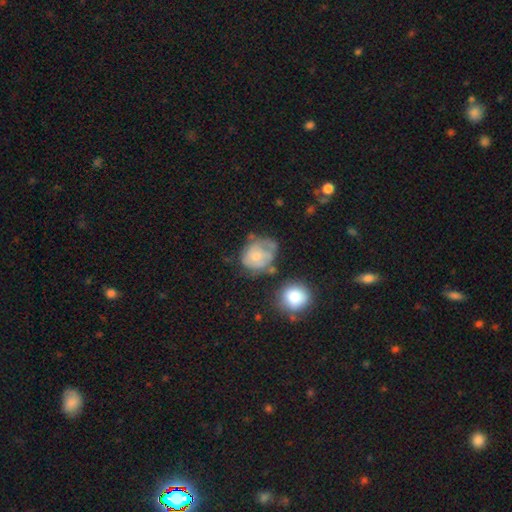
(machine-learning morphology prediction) A featured or disk galaxy (49%). Merging: none (42%).